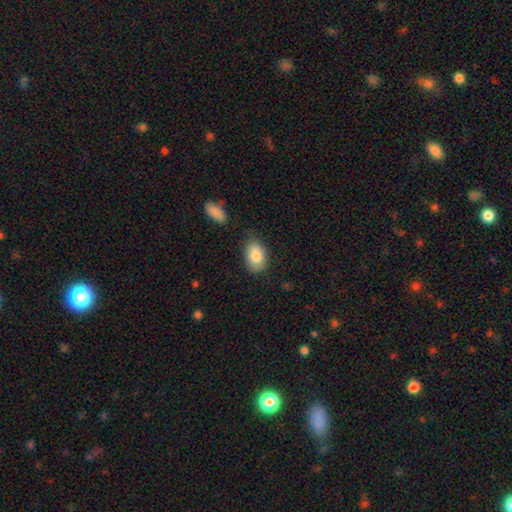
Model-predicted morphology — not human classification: Smooth or featured?
  - smooth: 84% *
  - featured or disk: 9%
  - star or artifact: 7%
How rounded?
  - in between: 86% *
  - round: 13%
  - cigar-shaped: 1%
Merging?
  - none: 73% *
  - minor disturbance: 20%
  - major disturbance: 4%
  - merger: 3%